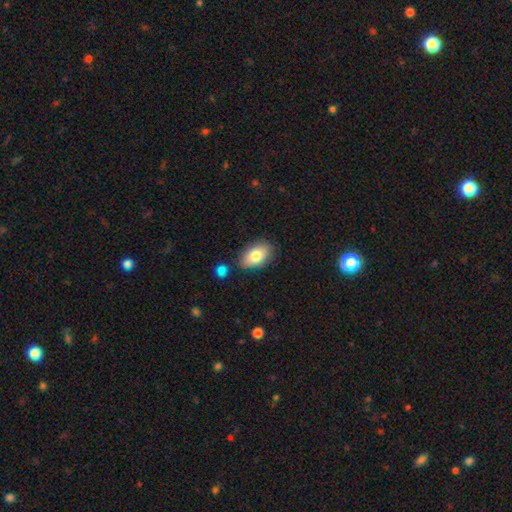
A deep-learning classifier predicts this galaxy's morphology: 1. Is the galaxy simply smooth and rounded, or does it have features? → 80% smooth, 13% featured or disk, 7% star or artifact.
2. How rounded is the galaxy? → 91% in between, 7% round, 2% cigar-shaped.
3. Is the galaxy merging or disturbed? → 78% none, 13% minor disturbance, 6% merger, 3% major disturbance.